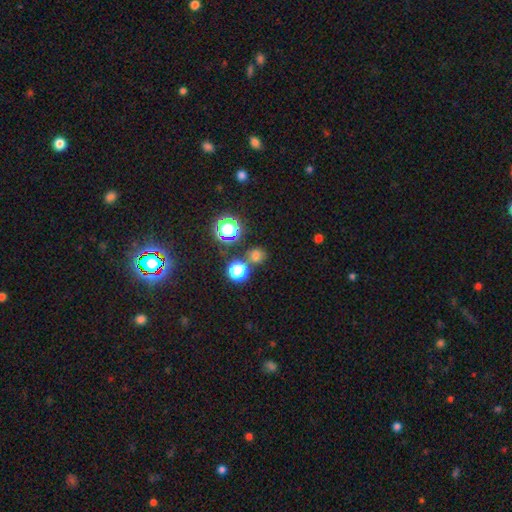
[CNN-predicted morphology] Smooth or featured?
  - smooth: 66% *
  - star or artifact: 28%
  - featured or disk: 6%
How rounded?
  - round: 84% *
  - in between: 15%
  - cigar-shaped: 1%
Merging?
  - none: 75% *
  - merger: 13%
  - minor disturbance: 9%
  - major disturbance: 3%